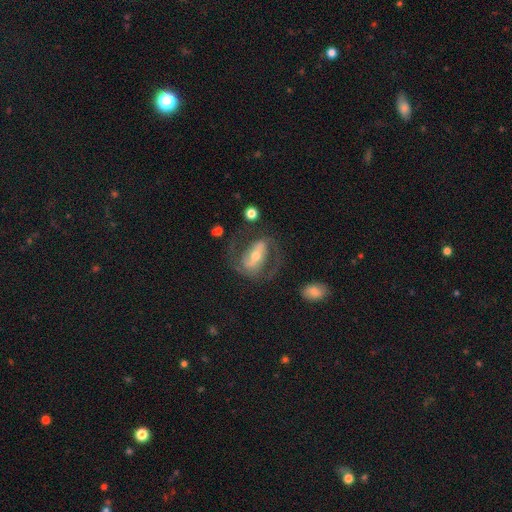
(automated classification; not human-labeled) A featured or disk galaxy (81%) with a strong bar (63%), 2 (87%) medium (52%) spiral arms (84%) and a moderate central bulge (55%). Merging: none (67%).